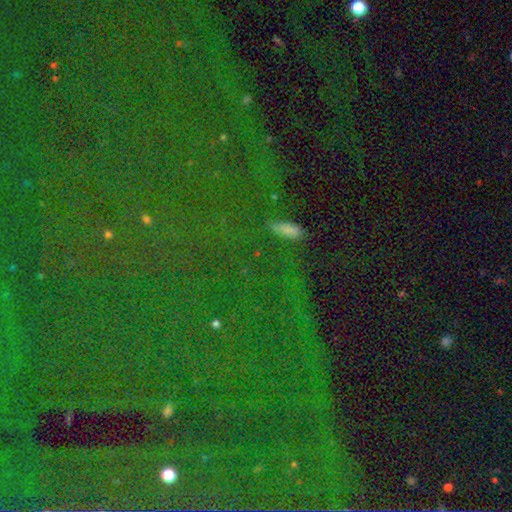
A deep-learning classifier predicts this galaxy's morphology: A star or artifact, not a galaxy (80%).

Vote fractions:
- Smooth or featured? star or artifact: 80% / smooth: 10% / featured or disk: 9%